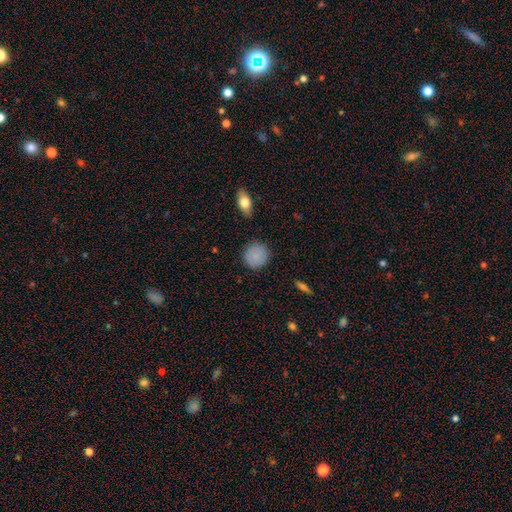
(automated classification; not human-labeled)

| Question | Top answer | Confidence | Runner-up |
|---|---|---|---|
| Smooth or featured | smooth | 86% | star or artifact (8%) |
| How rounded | round | 91% | in between (8%) |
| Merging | none | 87% | minor disturbance (9%) |